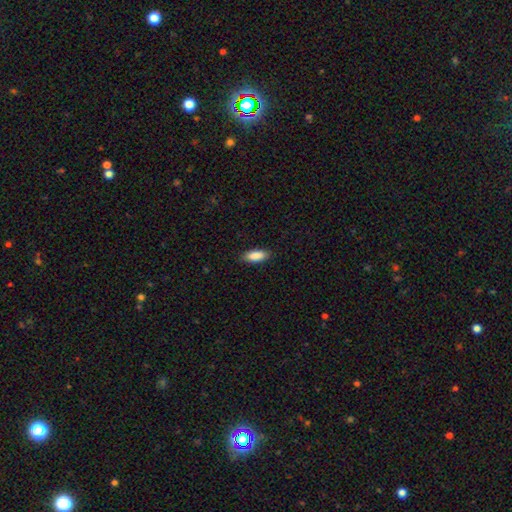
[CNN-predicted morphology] Smooth or featured?
  - smooth: 89% *
  - star or artifact: 6%
  - featured or disk: 5%
How rounded?
  - in between: 80% *
  - cigar-shaped: 18%
  - round: 2%
Merging?
  - none: 87% *
  - minor disturbance: 10%
  - major disturbance: 2%
  - merger: 1%